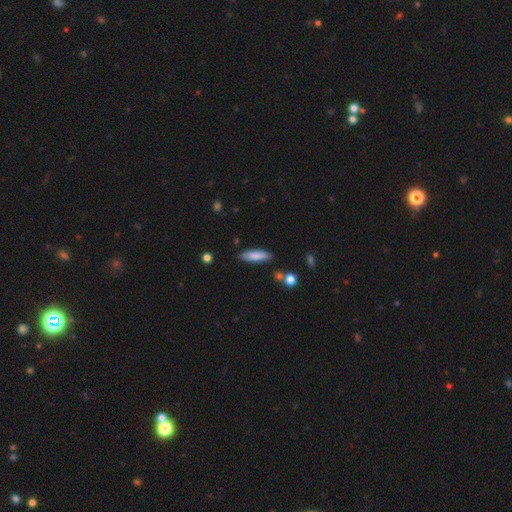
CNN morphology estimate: This appears to be a smooth galaxy with no disk features (81%) that is cigar-shaped (61%). Merging: none (85%).